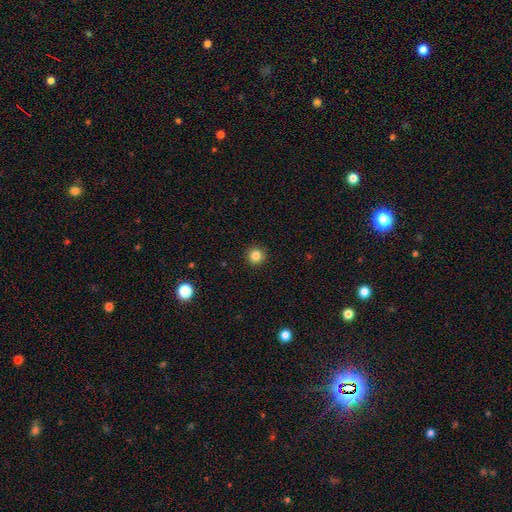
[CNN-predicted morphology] The model was most divided on "smooth or featured": smooth: 84%, star or artifact: 12%, featured or disk: 4%. More confident: how rounded — round (95%); merging — none (92%).